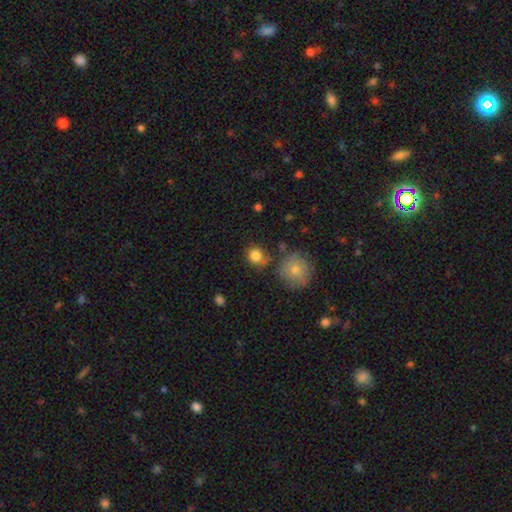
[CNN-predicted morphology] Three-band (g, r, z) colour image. It shows a smooth galaxy with no disk features (83%) that is round (85%). Merging: none (72%).